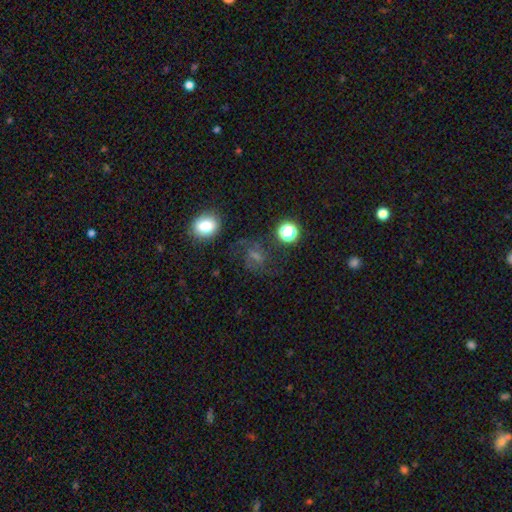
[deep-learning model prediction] smooth-or-featured: smooth: 40% | featured or disk: 34% | star or artifact: 26%
  merging: none: 65% | minor disturbance: 17% | major disturbance: 13% | merger: 5%